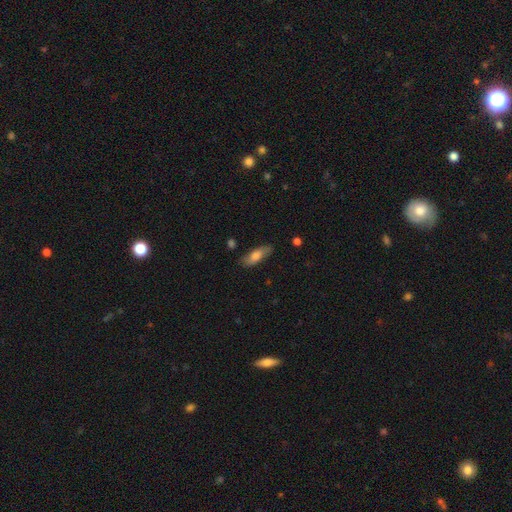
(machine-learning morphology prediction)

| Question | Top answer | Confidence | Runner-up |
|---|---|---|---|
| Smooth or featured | smooth | 68% | featured or disk (25%) |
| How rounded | in between | 65% | cigar-shaped (32%) |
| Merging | none | 77% | minor disturbance (18%) |